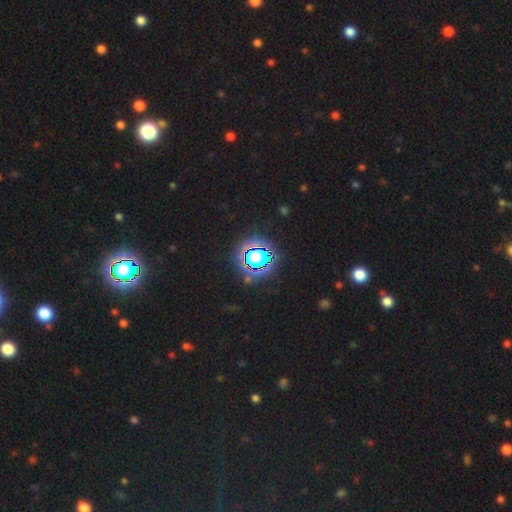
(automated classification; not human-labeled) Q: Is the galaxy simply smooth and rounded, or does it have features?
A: star or artifact — 76%.